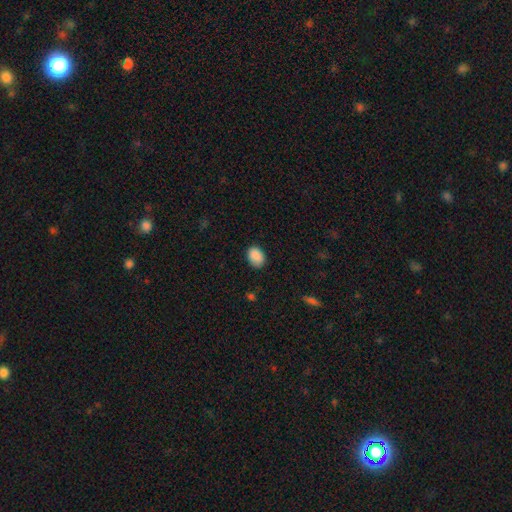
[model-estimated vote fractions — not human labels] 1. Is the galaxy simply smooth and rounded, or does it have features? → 89% smooth, 8% star or artifact, 3% featured or disk.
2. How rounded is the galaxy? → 69% in between, 30% round, 1% cigar-shaped.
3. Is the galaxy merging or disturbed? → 81% none, 15% minor disturbance, 3% major disturbance, 1% merger.